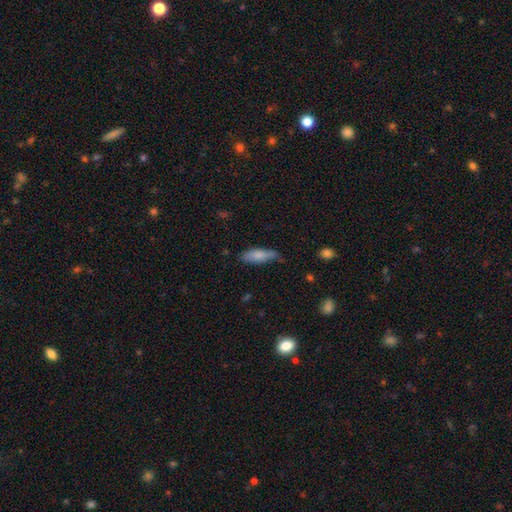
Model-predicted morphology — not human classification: smooth-or-featured: smooth: 74% | featured or disk: 18% | star or artifact: 8%
  how-rounded: in between: 51% | cigar-shaped: 47% | round: 2%
  merging: none: 60% | minor disturbance: 31% | major disturbance: 7% | merger: 2%